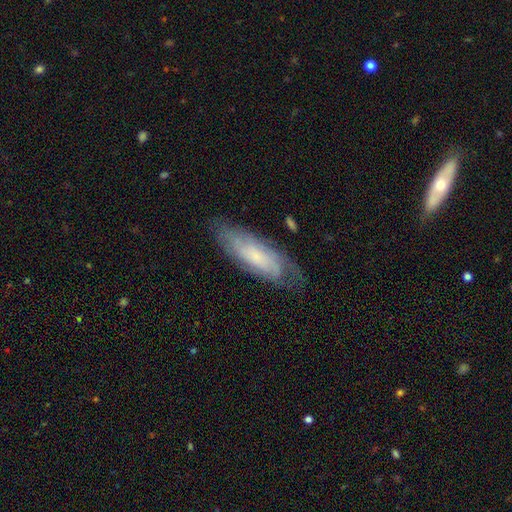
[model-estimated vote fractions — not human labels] smooth-or-featured: featured or disk: 55% | smooth: 37% | star or artifact: 8%
  disk-edge-on: no: 77% | yes: 23%
  merging: none: 68% | minor disturbance: 22% | major disturbance: 8% | merger: 1%